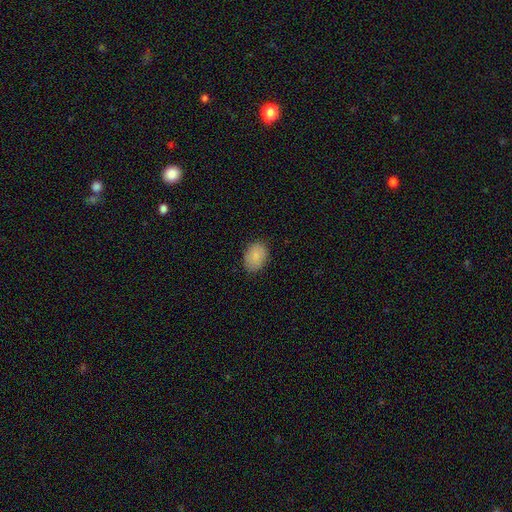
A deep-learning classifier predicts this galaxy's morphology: Smooth or featured?
  - smooth: 84% *
  - featured or disk: 8%
  - star or artifact: 7%
How rounded?
  - in between: 73% *
  - round: 26%
  - cigar-shaped: 1%
Merging?
  - none: 82% *
  - minor disturbance: 14%
  - major disturbance: 3%
  - merger: 1%